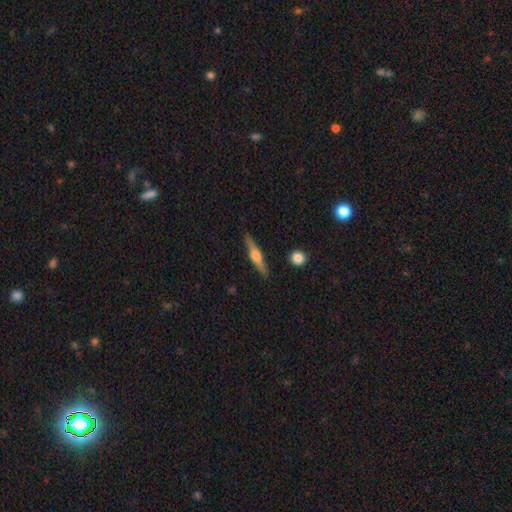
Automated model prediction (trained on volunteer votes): Smooth or featured?
  - featured or disk: 71% *
  - smooth: 23%
  - star or artifact: 6%
Edge-on disk?
  - yes: 97% *
  - no: 3%
Edge-on bulge?
  - rounded: 92% *
  - boxy: 6%
  - none: 2%
Merging?
  - none: 89% *
  - minor disturbance: 8%
  - merger: 2%
  - major disturbance: 2%